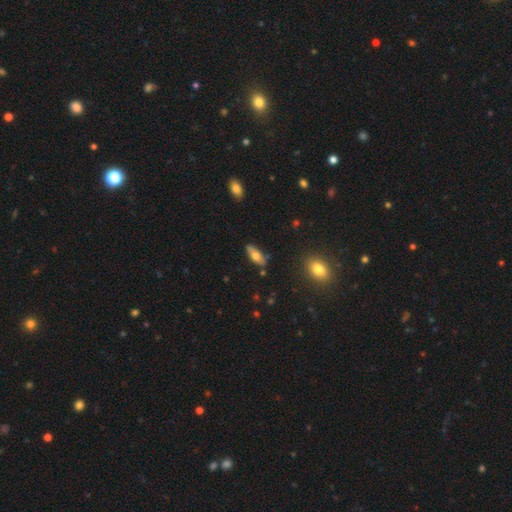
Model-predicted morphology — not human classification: Q: Smooth or featured?
A: smooth (62%); runner-up: featured or disk (31%)
Q: How rounded?
A: in between (72%); runner-up: cigar-shaped (25%)
Q: Merging?
A: none (80%); runner-up: minor disturbance (15%)